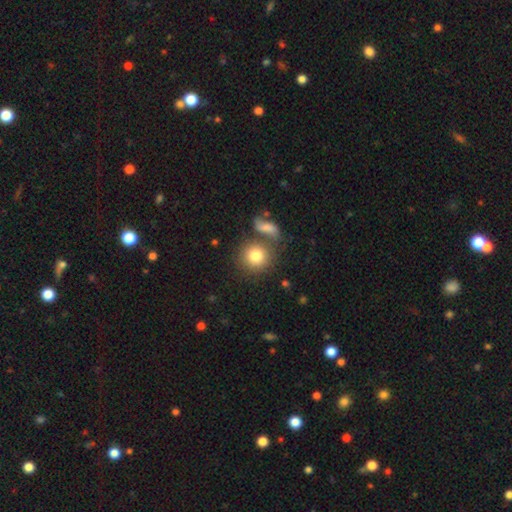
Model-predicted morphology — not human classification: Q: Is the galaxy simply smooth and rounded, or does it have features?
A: smooth — 80%.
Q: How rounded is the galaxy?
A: round — 87%.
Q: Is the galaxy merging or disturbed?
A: none — 62%.